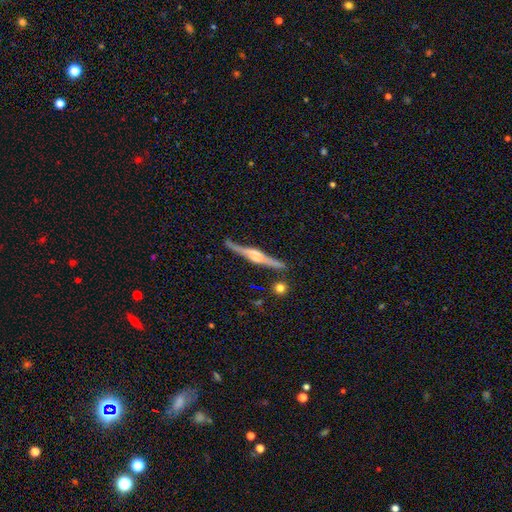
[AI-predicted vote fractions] smooth_or_featured: featured or disk (p=0.81) [alt: smooth p=0.14]
disk_edge_on: yes (p=0.97) [alt: no p=0.03]
edge_on_bulge: rounded (p=0.69) [alt: boxy p=0.24]
merging: none (p=0.85) [alt: minor disturbance p=0.11]